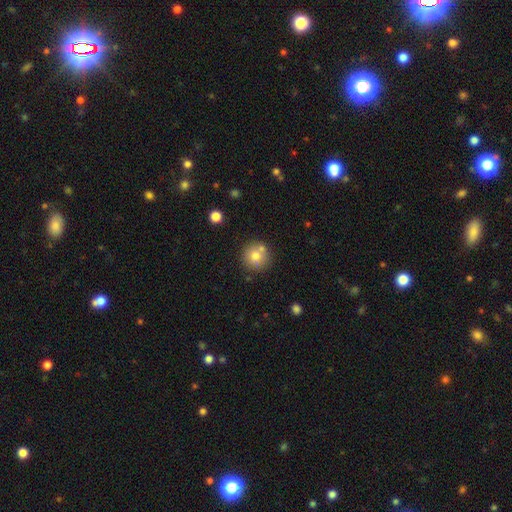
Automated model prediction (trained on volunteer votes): Morphology: type=smooth (76%); roundness=round (93%); merging=none (74%).